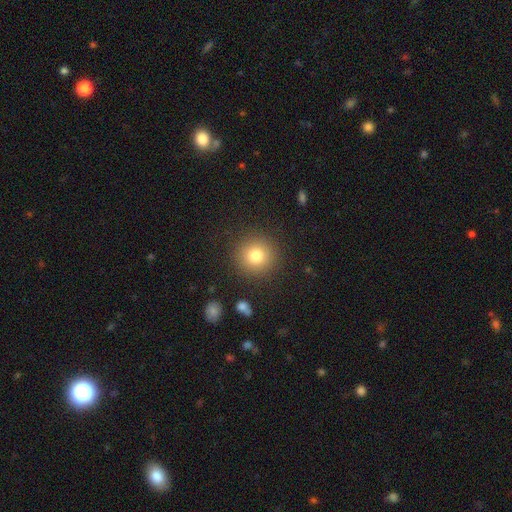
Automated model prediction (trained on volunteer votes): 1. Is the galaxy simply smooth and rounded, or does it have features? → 79% smooth, 12% star or artifact, 9% featured or disk.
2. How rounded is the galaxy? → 94% round, 5% in between, 1% cigar-shaped.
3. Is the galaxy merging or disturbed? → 89% none, 7% minor disturbance, 3% major disturbance, 1% merger.